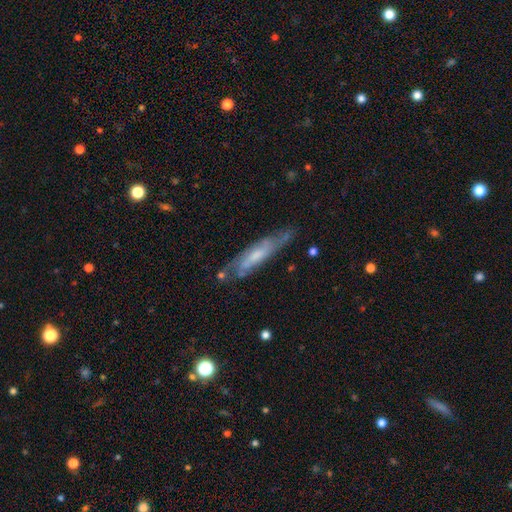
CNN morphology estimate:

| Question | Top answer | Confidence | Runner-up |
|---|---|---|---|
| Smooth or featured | featured or disk | 62% | smooth (31%) |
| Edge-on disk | no | 52% | yes (48%) |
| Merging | none | 66% | minor disturbance (23%) |